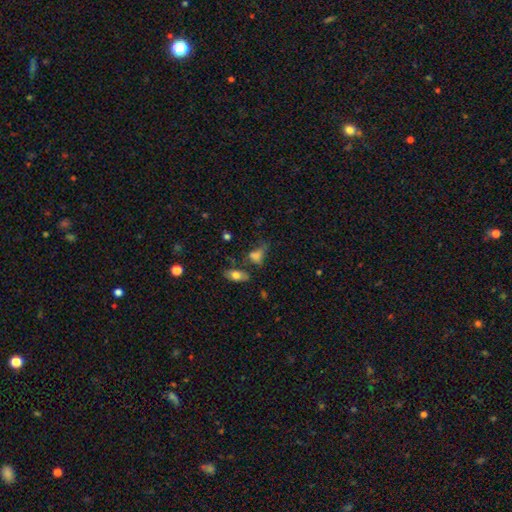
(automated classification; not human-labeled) Smooth or featured? Predicted: smooth (p=0.71). How rounded? Predicted: in between (p=0.79). Merging? Predicted: none (p=0.38).